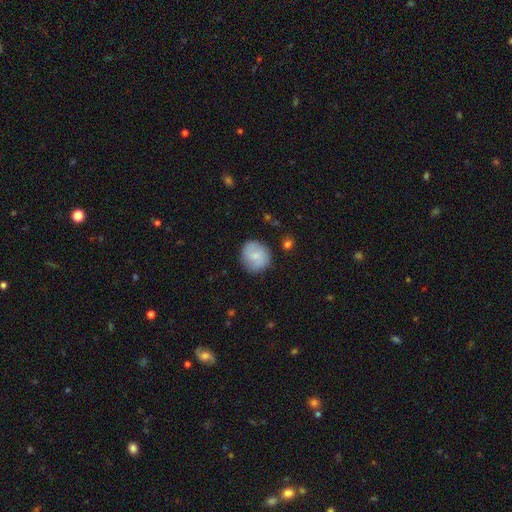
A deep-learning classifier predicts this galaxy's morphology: Overall: smooth (56%; featured or disk 37%). How rounded: round (87%). Merging: none (82%).